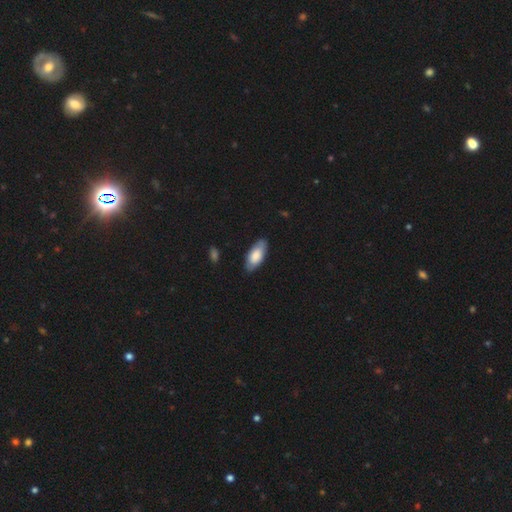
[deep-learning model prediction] A smooth galaxy with no disk features (75%) that is in between round and cigar-shaped (86%).

Vote fractions:
- Smooth or featured? smooth: 75% / featured or disk: 20% / star or artifact: 5%
- How rounded? in between: 86% / cigar-shaped: 12% / round: 2%
- Merging? none: 82% / minor disturbance: 14% / major disturbance: 2% / merger: 1%